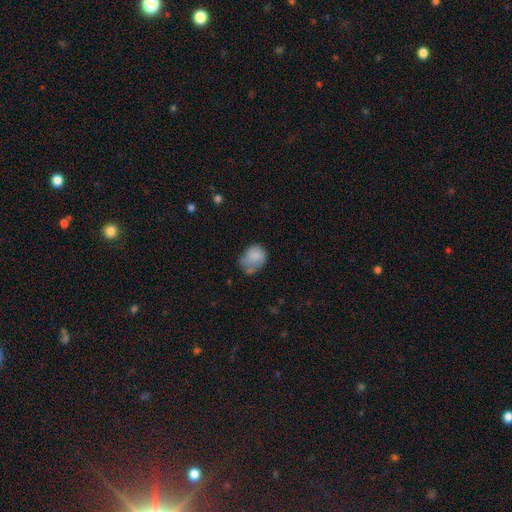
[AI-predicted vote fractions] smooth-or-featured: smooth: 78% | featured or disk: 14% | star or artifact: 8%
  how-rounded: round: 50% | in between: 49% | cigar-shaped: 1%
  merging: none: 40% | minor disturbance: 35% | major disturbance: 15% | merger: 10%